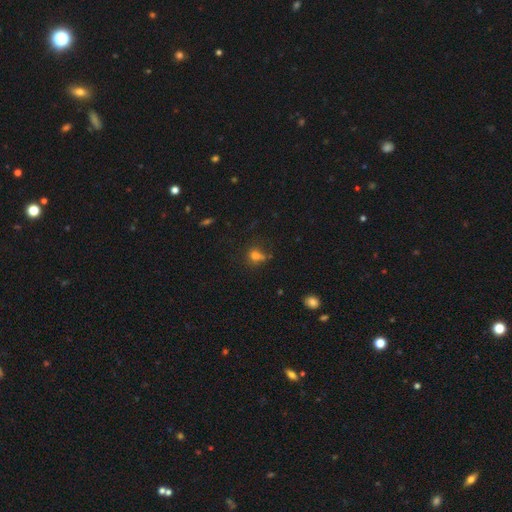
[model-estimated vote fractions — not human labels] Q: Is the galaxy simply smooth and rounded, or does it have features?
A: smooth — 70%.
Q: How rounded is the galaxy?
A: round — 58%.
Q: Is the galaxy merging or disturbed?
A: none — 52%.